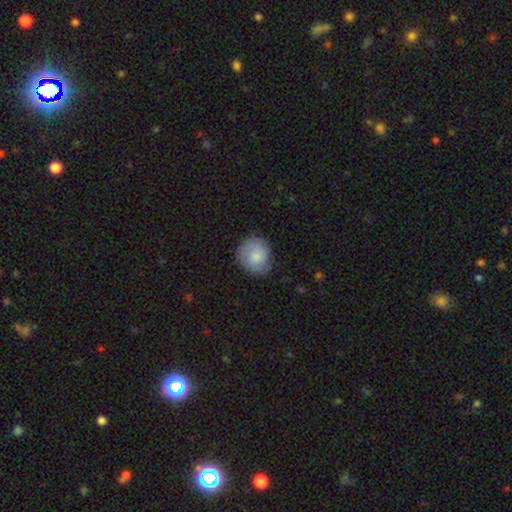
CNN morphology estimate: smooth 78%, featured or disk 15%, star or artifact 7%. Down the decision tree: how rounded — round (82%); merging — none (77%).